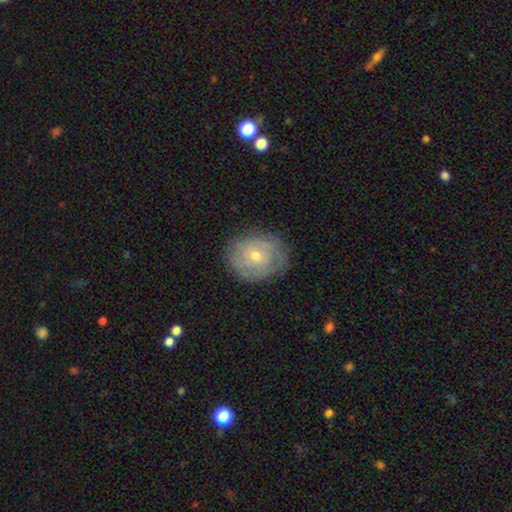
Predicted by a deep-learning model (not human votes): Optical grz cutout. It shows a featured or disk galaxy (53%) with no bar (64%), spiral arms (67%) and a small central bulge (48%, tied with moderate). Merging: none (75%).